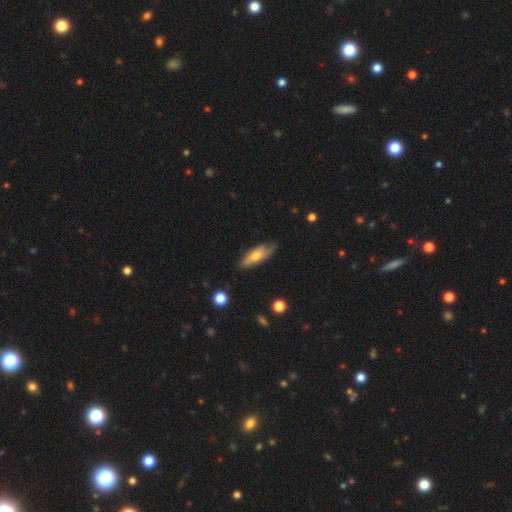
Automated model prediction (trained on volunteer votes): The model was most divided on "how rounded": in between: 55%, cigar-shaped: 43%, round: 3%. More confident: merging — none (66%); smooth or featured — smooth (55%).